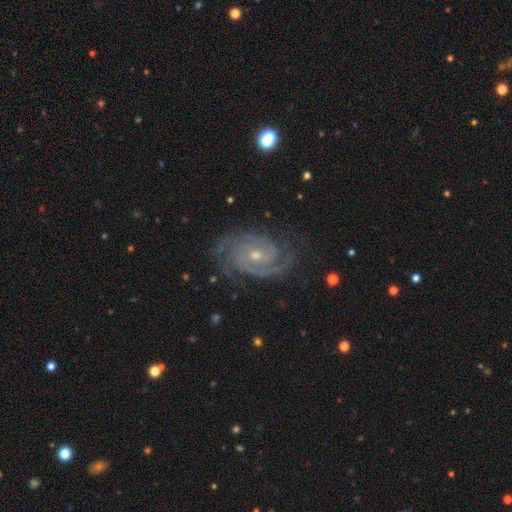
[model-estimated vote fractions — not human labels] The model was most divided on "bulge size": small: 61%, moderate: 36%, none: 1%, large: 1%, dominant: 1%. More confident: spiral arms — yes (98%); edge-on disk — no (97%); smooth or featured — featured or disk (91%); merging — none (80%); spiral winding — tight (71%); spiral arm count — 2 (69%); bar — no (64%).